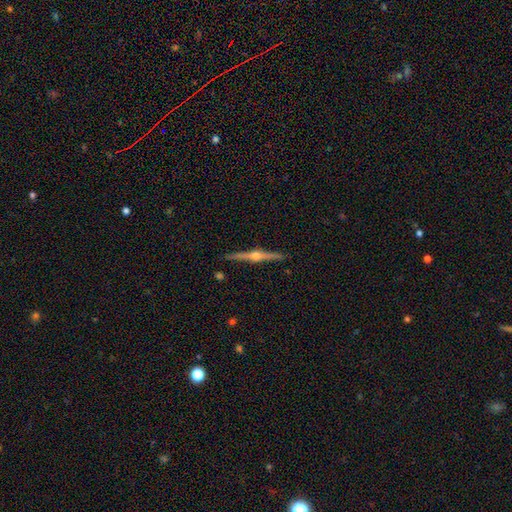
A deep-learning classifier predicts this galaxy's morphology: The model was most divided on "smooth or featured": featured or disk: 86%, smooth: 9%, star or artifact: 5%. More confident: edge-on disk — yes (99%); edge-on bulge — rounded (95%); merging — none (92%).